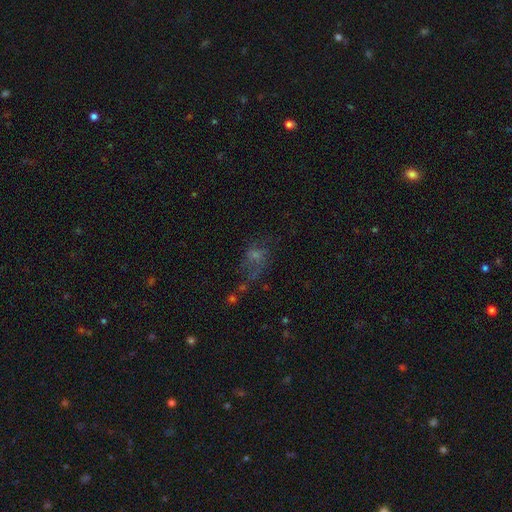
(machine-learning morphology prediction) smooth_or_featured: smooth (p=0.39) [alt: featured or disk p=0.36]
merging: major disturbance (p=0.38) [alt: none p=0.35]